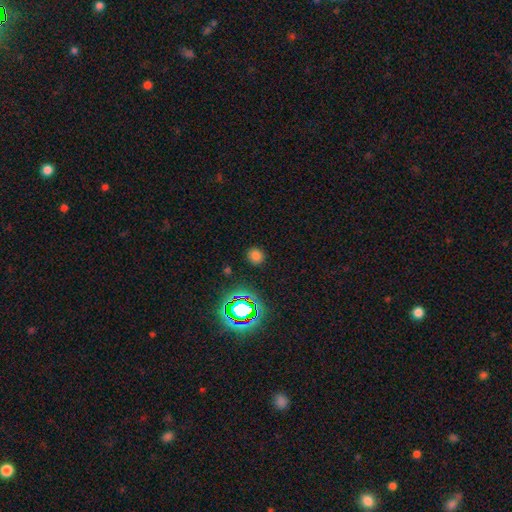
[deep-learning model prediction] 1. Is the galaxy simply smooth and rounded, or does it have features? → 72% smooth, 23% star or artifact, 6% featured or disk.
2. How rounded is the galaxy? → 85% round, 14% in between, 1% cigar-shaped.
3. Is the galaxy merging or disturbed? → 88% none, 8% minor disturbance, 3% major disturbance, 2% merger.